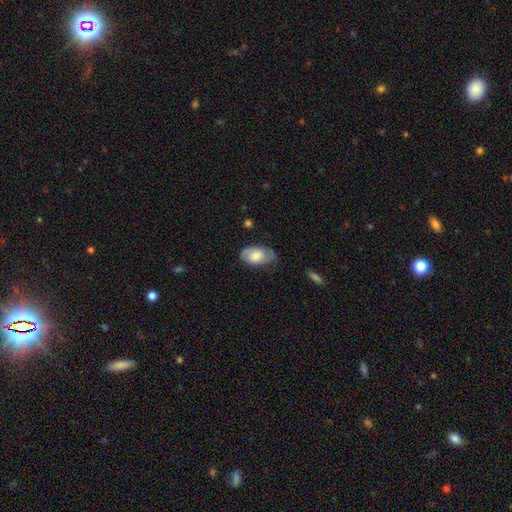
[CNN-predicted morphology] Smooth or featured?
  - smooth: 54% *
  - featured or disk: 39%
  - star or artifact: 7%
How rounded?
  - in between: 92% *
  - round: 6%
  - cigar-shaped: 2%
Merging?
  - none: 63% *
  - minor disturbance: 27%
  - major disturbance: 8%
  - merger: 2%